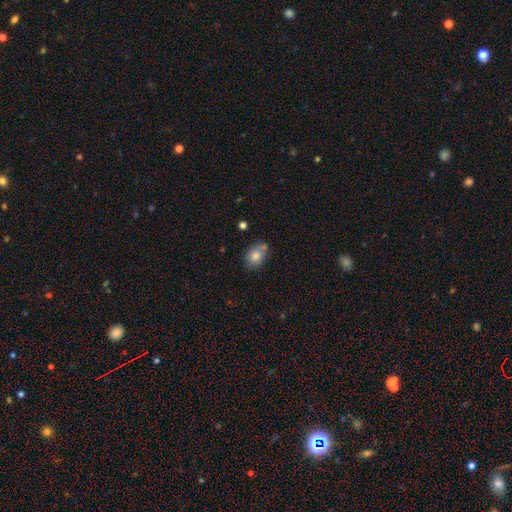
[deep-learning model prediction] The model was most divided on "how rounded": in between: 64%, round: 35%, cigar-shaped: 1%. More confident: smooth or featured — smooth (79%); merging — none (60%).